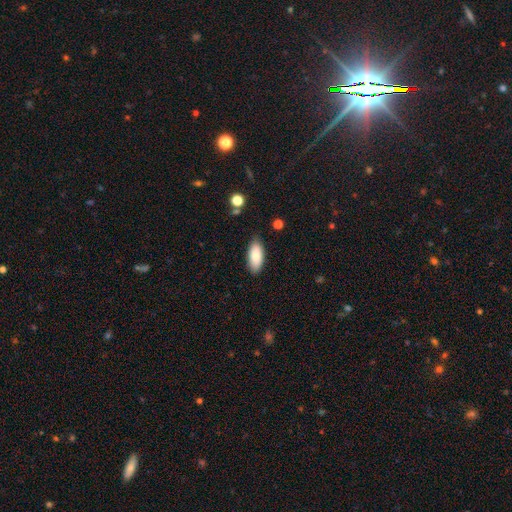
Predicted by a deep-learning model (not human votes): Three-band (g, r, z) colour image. It shows a smooth galaxy with no disk features (84%) that is in between round and cigar-shaped (86%). Merging: none (84%).